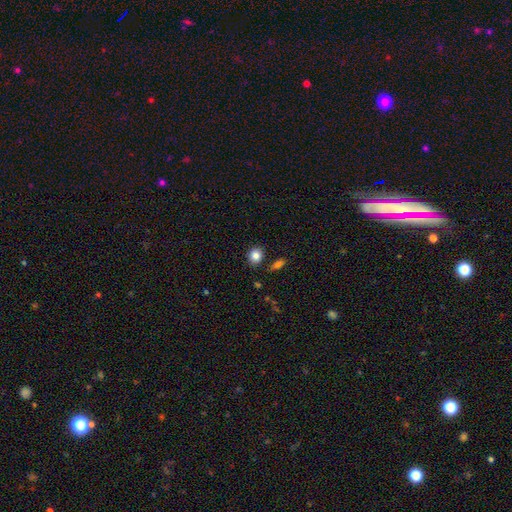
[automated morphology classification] The model was most divided on "how rounded": round: 68%, in between: 31%, cigar-shaped: 1%. More confident: smooth or featured — smooth (84%); merging — none (83%).